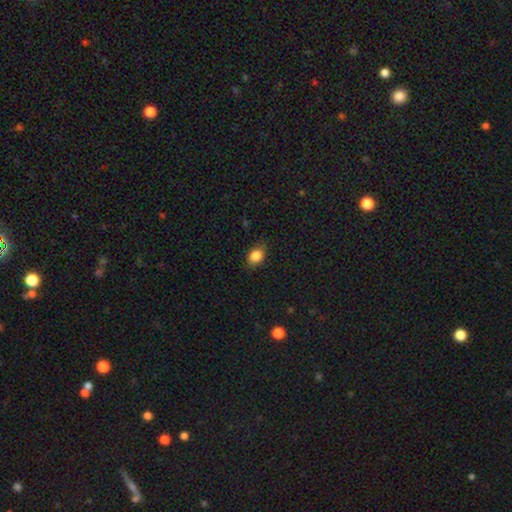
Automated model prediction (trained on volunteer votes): smooth 85%, star or artifact 9%, featured or disk 6%. Down the decision tree: how rounded — in between (70%); merging — none (83%).